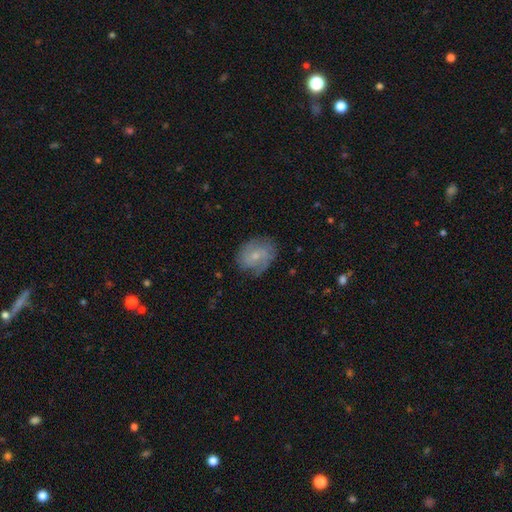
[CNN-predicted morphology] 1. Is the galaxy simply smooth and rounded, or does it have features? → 56% featured or disk, 37% smooth, 7% star or artifact.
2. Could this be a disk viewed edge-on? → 97% no, 3% yes.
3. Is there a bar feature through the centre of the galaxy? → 67% no, 29% weak, 4% strong.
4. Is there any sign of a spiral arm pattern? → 83% yes, 17% no.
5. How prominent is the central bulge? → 63% small, 31% moderate, 4% none, 1% large, 1% dominant.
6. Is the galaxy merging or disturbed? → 68% none, 23% minor disturbance, 8% major disturbance, 1% merger.